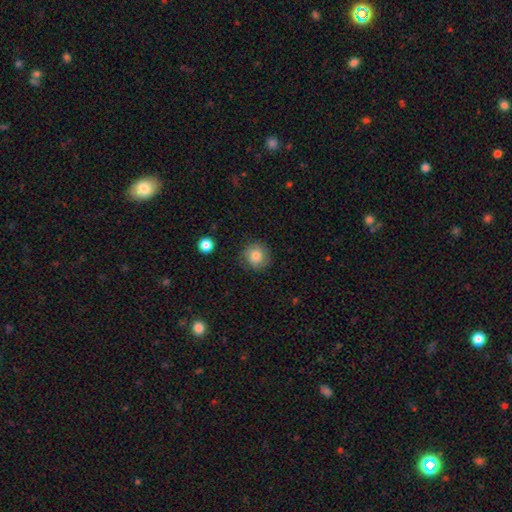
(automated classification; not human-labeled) A smooth galaxy with no disk features (81%) that is round (91%). Merging: none (82%).